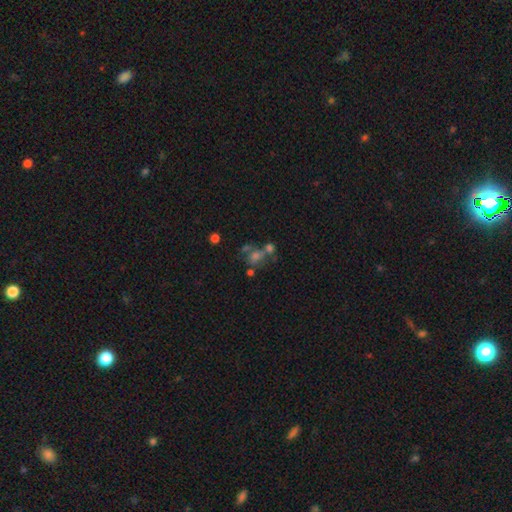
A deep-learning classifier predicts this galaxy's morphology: A smooth galaxy with no disk features (46%).

Vote fractions:
- Smooth or featured? smooth: 46% / star or artifact: 29% / featured or disk: 24%
- Merging? none: 39% / merger: 36% / minor disturbance: 12% / major disturbance: 12%